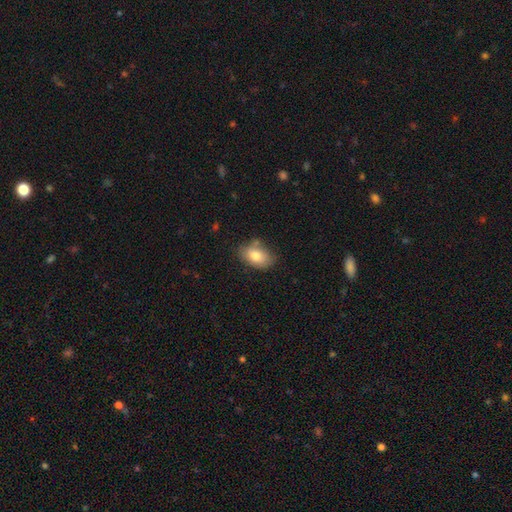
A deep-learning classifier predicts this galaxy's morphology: Smooth or featured?
  - smooth: 80% *
  - featured or disk: 12%
  - star or artifact: 7%
How rounded?
  - in between: 88% *
  - round: 10%
  - cigar-shaped: 1%
Merging?
  - none: 69% *
  - minor disturbance: 21%
  - merger: 6%
  - major disturbance: 4%